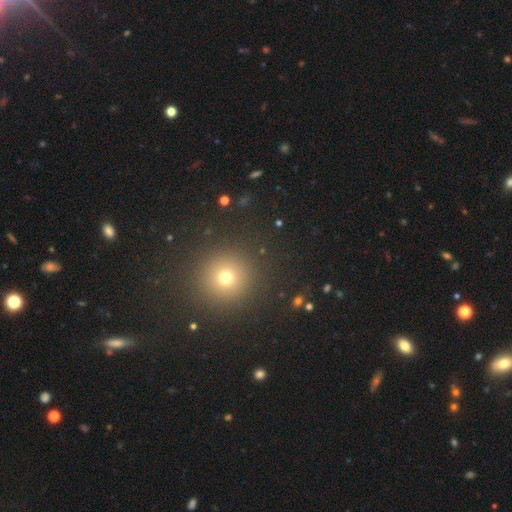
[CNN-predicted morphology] Overall: smooth (59%; star or artifact 34%). How rounded: round (94%). Merging: none (91%).